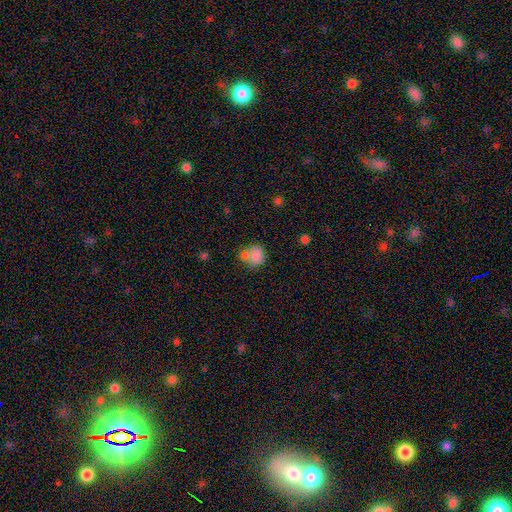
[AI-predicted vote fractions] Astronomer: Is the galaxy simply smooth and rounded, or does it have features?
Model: smooth — 80%.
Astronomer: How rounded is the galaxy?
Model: round — 58% (runner-up: in between, 40%).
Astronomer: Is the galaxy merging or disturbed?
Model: none — 41% (runner-up: merger, 40%).